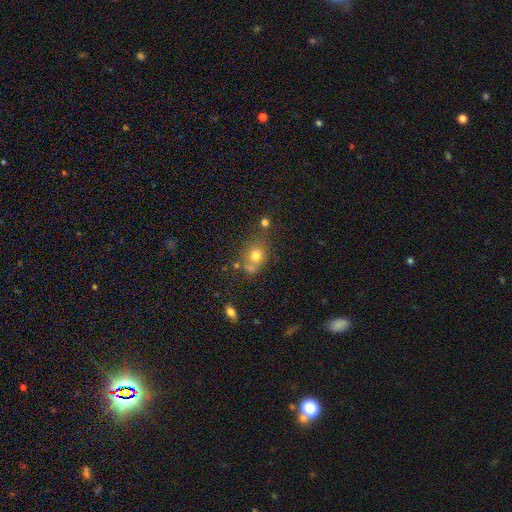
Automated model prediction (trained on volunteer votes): A smooth galaxy with no disk features (72%) that is round (63%).

Vote fractions:
- Smooth or featured? smooth: 72% / featured or disk: 15% / star or artifact: 13%
- How rounded? round: 63% / in between: 36% / cigar-shaped: 1%
- Merging? none: 51% / merger: 25% / minor disturbance: 17% / major disturbance: 7%